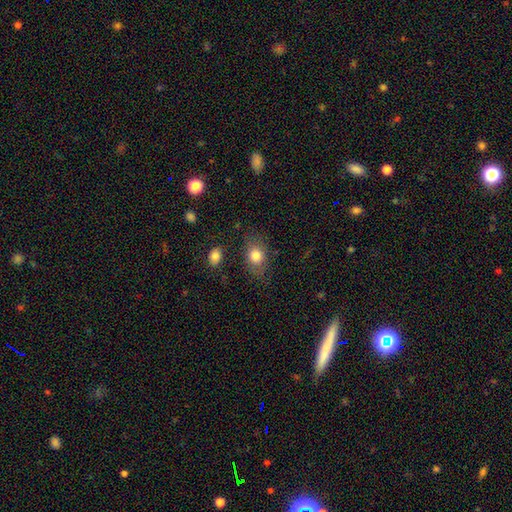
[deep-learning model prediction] A smooth galaxy with no disk features (78%) that is in between round and cigar-shaped (68%). Merging: none (75%).